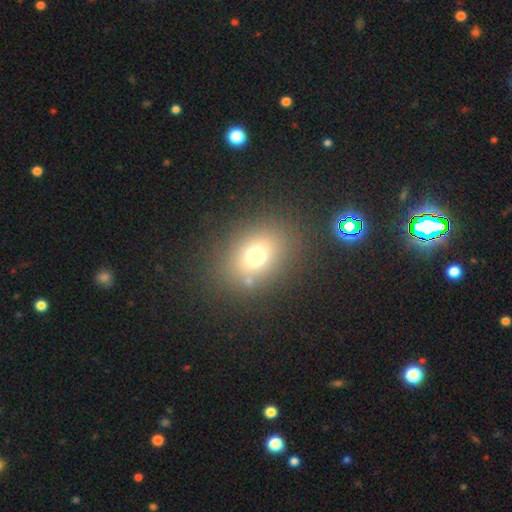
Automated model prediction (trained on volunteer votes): Overall: smooth (69%). How rounded: in between (52%; round 47%). Merging: none (80%).